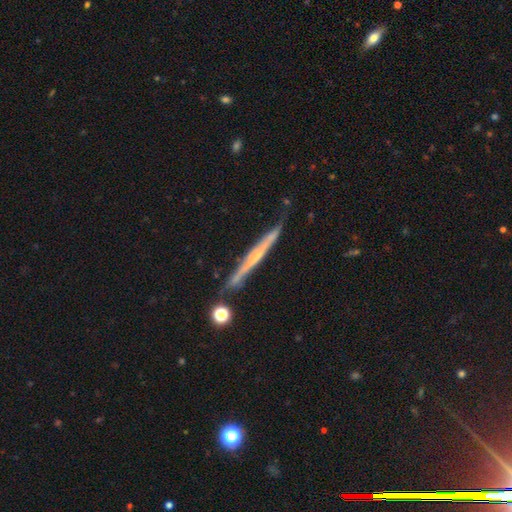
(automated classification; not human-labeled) smooth-or-featured: featured or disk: 67% | smooth: 25% | star or artifact: 7%
  disk-edge-on: yes: 95% | no: 5%
    edge-on-bulge: none: 60% | rounded: 34% | boxy: 7%
  merging: none: 77% | minor disturbance: 16% | merger: 4% | major disturbance: 3%